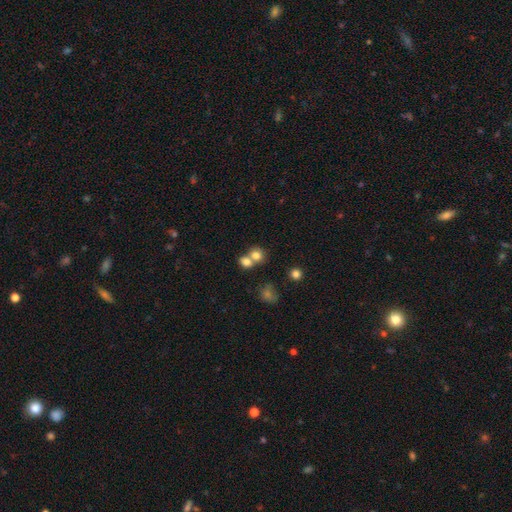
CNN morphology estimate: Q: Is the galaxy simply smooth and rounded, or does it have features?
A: smooth — 78%.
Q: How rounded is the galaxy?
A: round — 69%.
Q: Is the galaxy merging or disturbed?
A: merger — 55%.